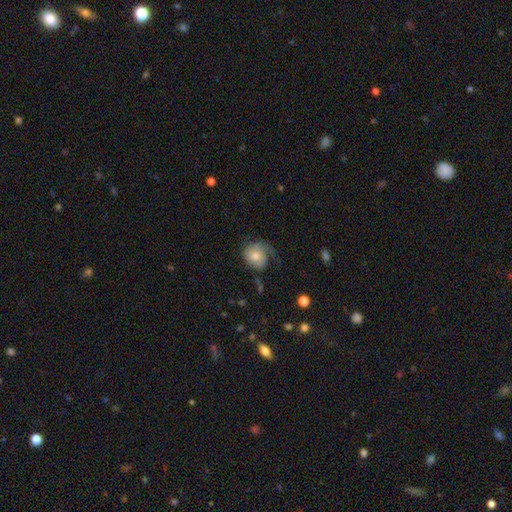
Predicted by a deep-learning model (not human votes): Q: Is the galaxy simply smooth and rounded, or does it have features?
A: smooth — 58%.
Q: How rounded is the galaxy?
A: round — 70%.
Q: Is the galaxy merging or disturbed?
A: none — 39%.